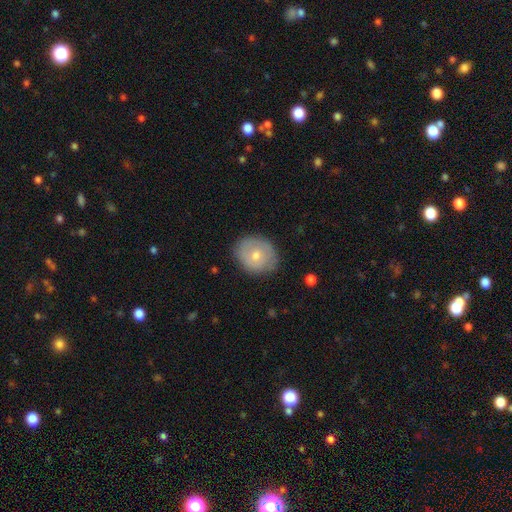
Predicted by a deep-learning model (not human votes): This is likely a smooth galaxy (62%). How rounded: likely round (64%). Merging: likely none (79%).